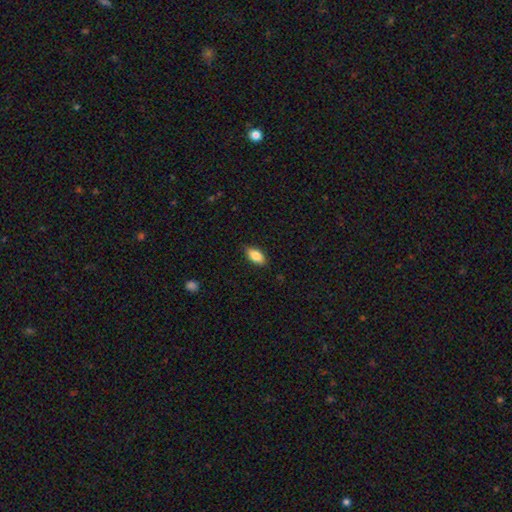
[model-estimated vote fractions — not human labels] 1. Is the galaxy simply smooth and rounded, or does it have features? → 84% smooth, 9% featured or disk, 7% star or artifact.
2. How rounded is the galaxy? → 90% in between, 7% cigar-shaped, 3% round.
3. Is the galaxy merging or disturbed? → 85% none, 12% minor disturbance, 2% major disturbance, 1% merger.